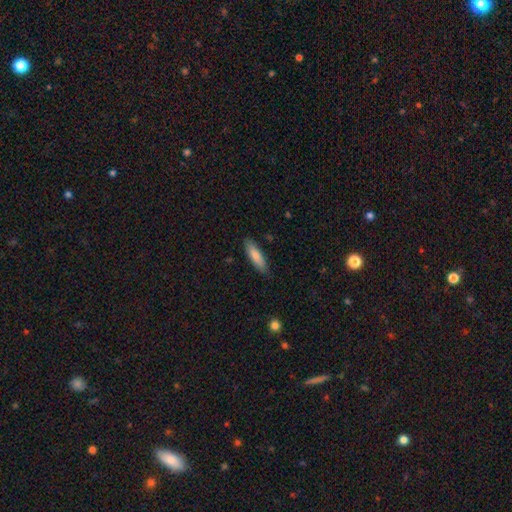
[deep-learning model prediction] Q: Smooth or featured?
A: smooth (83%); runner-up: featured or disk (11%)
Q: How rounded?
A: cigar-shaped (59%); runner-up: in between (40%)
Q: Merging?
A: none (84%); runner-up: minor disturbance (12%)